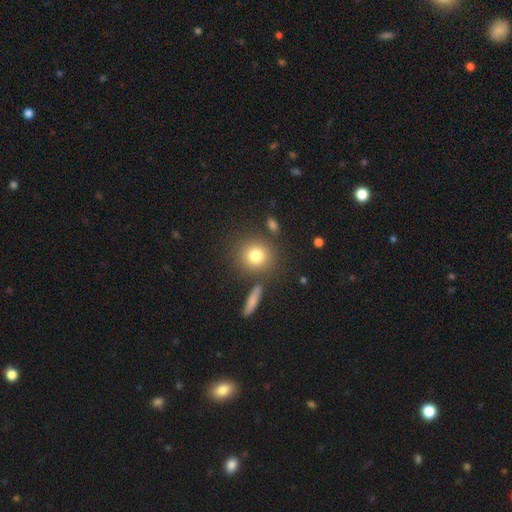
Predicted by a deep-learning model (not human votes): Smooth or featured?
  - smooth: 79% *
  - star or artifact: 11%
  - featured or disk: 10%
How rounded?
  - round: 88% *
  - in between: 11%
  - cigar-shaped: 2%
Merging?
  - none: 79% *
  - minor disturbance: 9%
  - merger: 8%
  - major disturbance: 4%